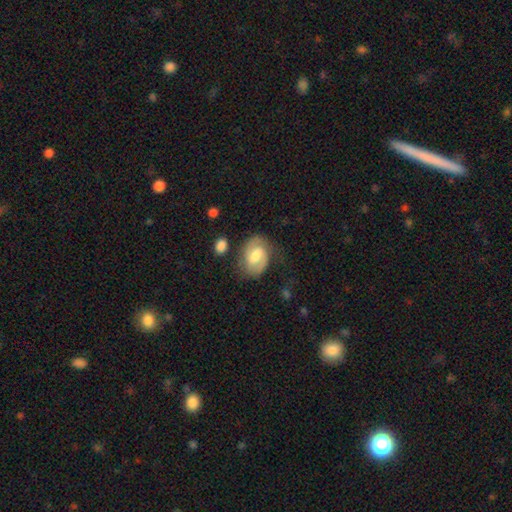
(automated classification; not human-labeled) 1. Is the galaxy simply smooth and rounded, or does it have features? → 59% featured or disk, 35% smooth, 7% star or artifact.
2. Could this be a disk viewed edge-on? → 97% no, 3% yes.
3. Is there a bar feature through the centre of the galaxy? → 54% weak, 24% no, 21% strong.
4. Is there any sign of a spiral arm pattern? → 86% yes, 14% no.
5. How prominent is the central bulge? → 56% moderate, 20% large, 18% small, 5% none, 2% dominant.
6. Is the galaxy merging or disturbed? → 67% none, 21% minor disturbance, 9% major disturbance, 3% merger.